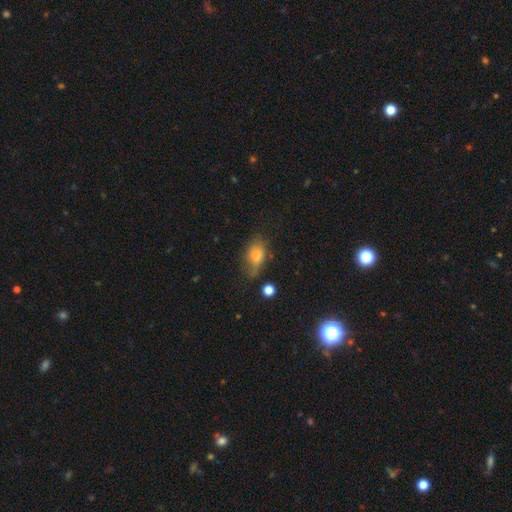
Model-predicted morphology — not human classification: Smooth or featured? smooth (62%)
How rounded? in between (80%)
Merging? none (61%)